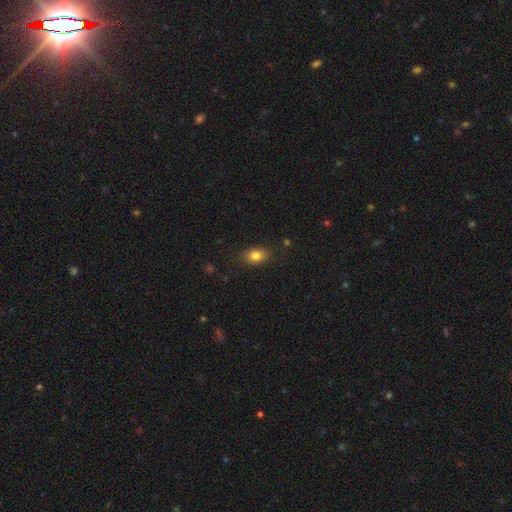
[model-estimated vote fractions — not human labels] Smooth or featured? Predicted: smooth (p=0.82). How rounded? Predicted: in between (p=0.73). Merging? Predicted: none (p=0.84).